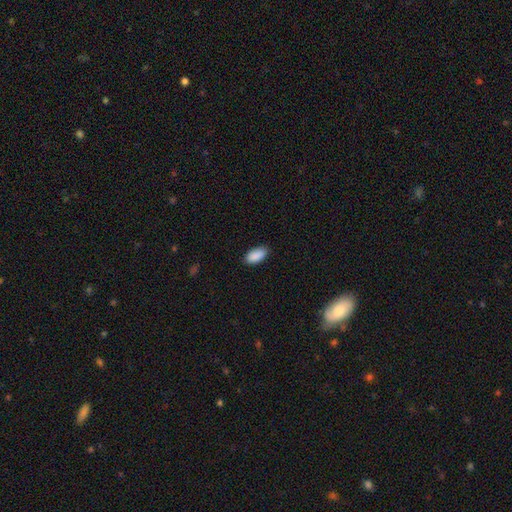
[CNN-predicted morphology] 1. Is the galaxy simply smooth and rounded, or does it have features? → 90% smooth, 7% star or artifact, 3% featured or disk.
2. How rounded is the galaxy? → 92% in between, 6% cigar-shaped, 2% round.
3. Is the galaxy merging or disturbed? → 84% none, 13% minor disturbance, 2% major disturbance, 1% merger.